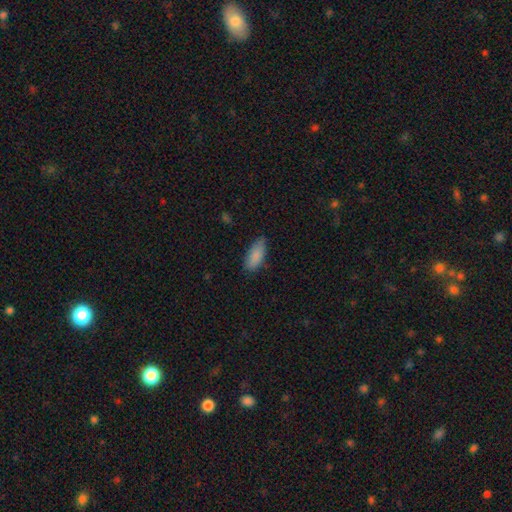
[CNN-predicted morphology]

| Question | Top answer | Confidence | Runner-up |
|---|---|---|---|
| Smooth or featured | smooth | 87% | featured or disk (7%) |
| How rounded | in between | 85% | cigar-shaped (13%) |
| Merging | none | 71% | minor disturbance (24%) |